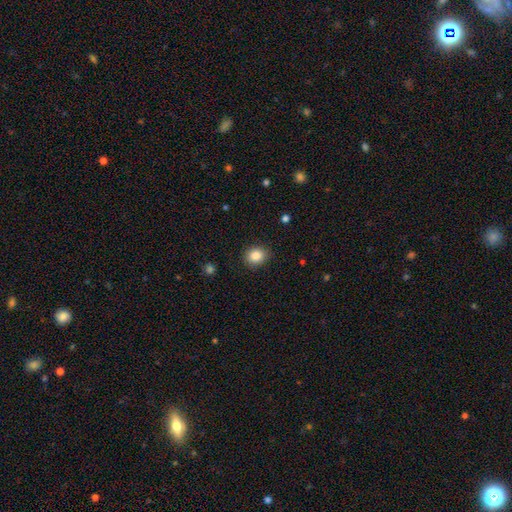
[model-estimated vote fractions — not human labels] Smooth or featured: smooth — 86% (star or artifact — 9%)
How rounded: round — 70% (in between — 29%)
Merging: none — 88% (minor disturbance — 9%)